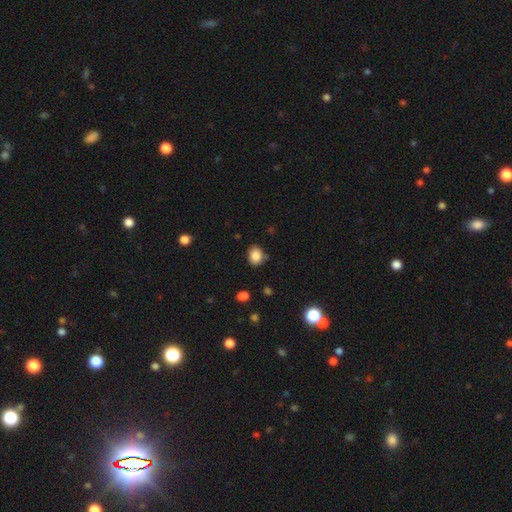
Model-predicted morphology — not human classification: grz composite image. It shows a smooth galaxy with no disk features (86%) that is in between round and cigar-shaped (55%). Merging: none (77%).